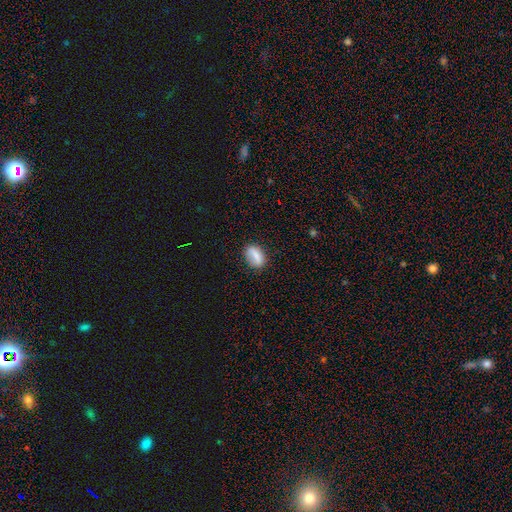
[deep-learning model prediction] Smooth or featured?
  - smooth: 79% *
  - featured or disk: 13%
  - star or artifact: 8%
How rounded?
  - in between: 81% *
  - round: 11%
  - cigar-shaped: 8%
Merging?
  - none: 77% *
  - minor disturbance: 16%
  - major disturbance: 4%
  - merger: 2%